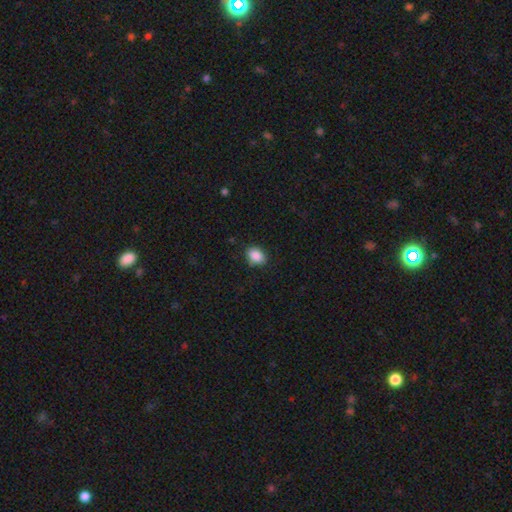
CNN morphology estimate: smooth-or-featured: smooth: 88% | star or artifact: 8% | featured or disk: 4%
  how-rounded: in between: 64% | round: 35% | cigar-shaped: 1%
  merging: none: 84% | minor disturbance: 12% | major disturbance: 2% | merger: 1%